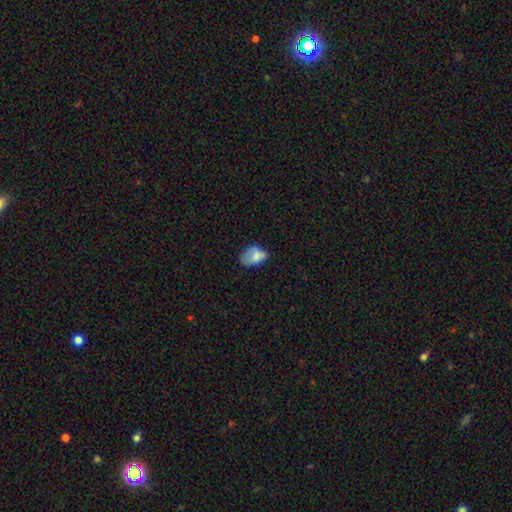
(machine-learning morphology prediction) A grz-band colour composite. It shows a smooth galaxy with no disk features (73%) that is in between round and cigar-shaped (83%). Merging: none (39%).